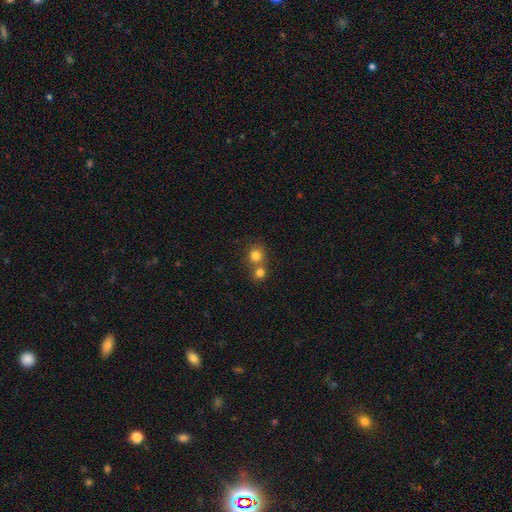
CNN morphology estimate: Smooth or featured? Predicted: smooth (p=0.79). How rounded? Predicted: round (p=0.87). Merging? Predicted: merger (p=0.46, tied with none).